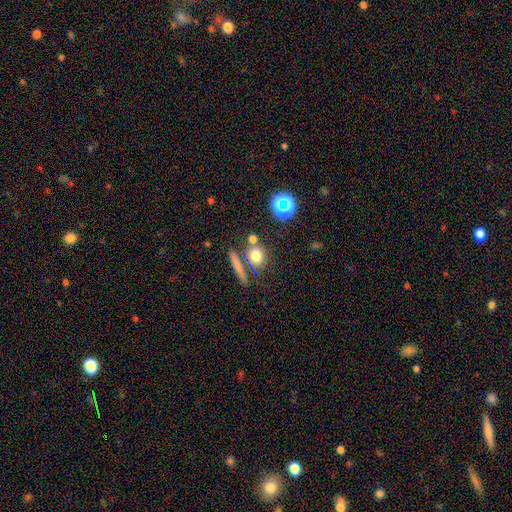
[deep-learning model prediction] Smooth or featured? smooth (72%)
How rounded? round (70%)
Merging? none (69%)